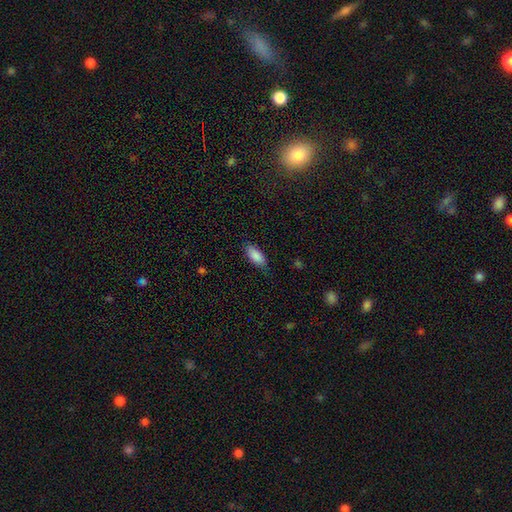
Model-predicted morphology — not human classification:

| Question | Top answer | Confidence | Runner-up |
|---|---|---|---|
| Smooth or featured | smooth | 88% | star or artifact (6%) |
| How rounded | in between | 84% | cigar-shaped (14%) |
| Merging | none | 79% | minor disturbance (16%) |